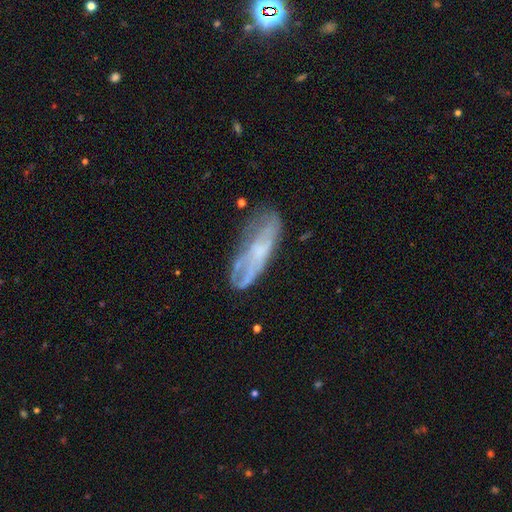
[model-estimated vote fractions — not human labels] Morphology: type=featured or disk (52%); edge-on=no (71%); merging=none (57%).